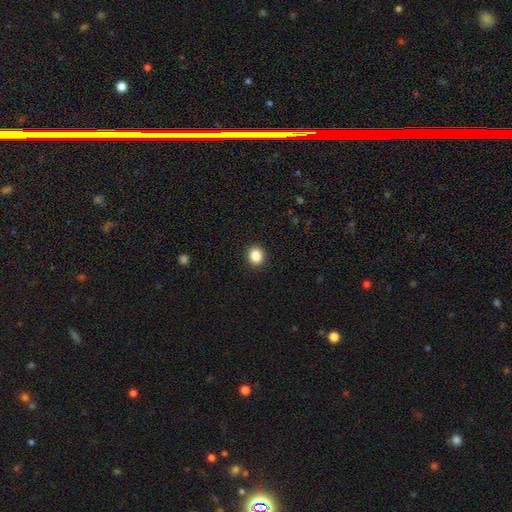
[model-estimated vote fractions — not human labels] This appears to be a smooth galaxy with no disk features (85%) that is round (80%). Merging: none (92%).